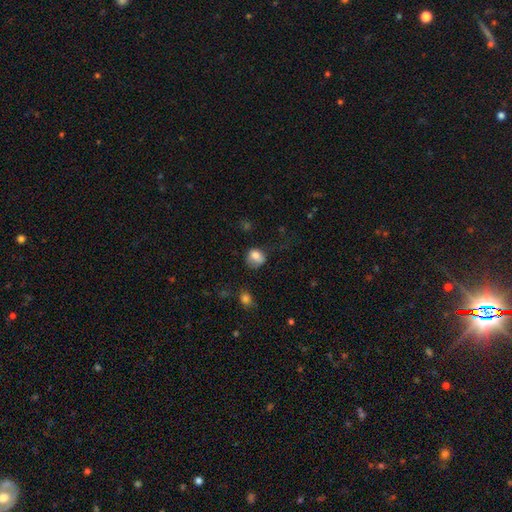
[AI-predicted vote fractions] Smooth or featured? smooth (76%)
How rounded? round (58%)
Merging? none (39%)